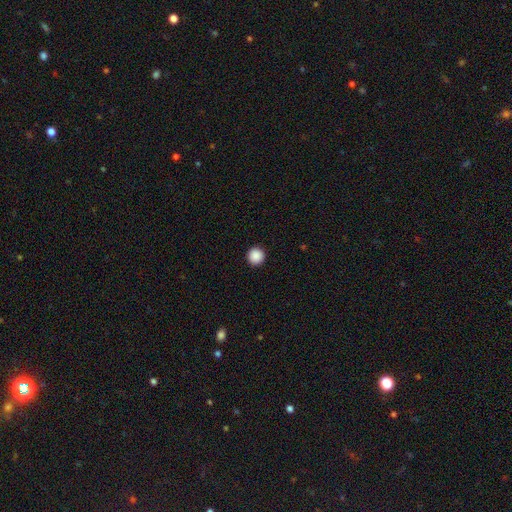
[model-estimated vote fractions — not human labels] The model was most divided on "smooth or featured": smooth: 89%, star or artifact: 9%, featured or disk: 2%. More confident: how rounded — round (96%); merging — none (94%).